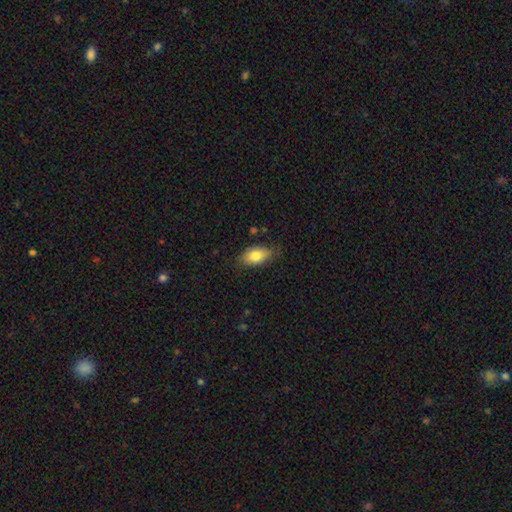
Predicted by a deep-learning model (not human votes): Smooth or featured?
  - smooth: 80% *
  - featured or disk: 13%
  - star or artifact: 7%
How rounded?
  - in between: 90% *
  - round: 5%
  - cigar-shaped: 5%
Merging?
  - none: 76% *
  - minor disturbance: 19%
  - major disturbance: 3%
  - merger: 1%